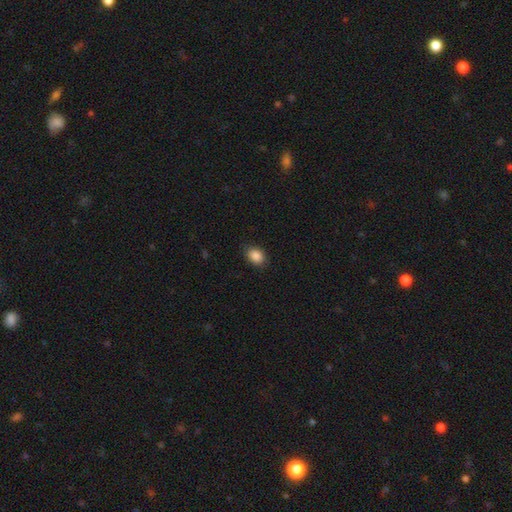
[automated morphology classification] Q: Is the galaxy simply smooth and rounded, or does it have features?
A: smooth — 88%.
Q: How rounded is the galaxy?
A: in between — 73%.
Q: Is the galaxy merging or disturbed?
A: none — 85%.